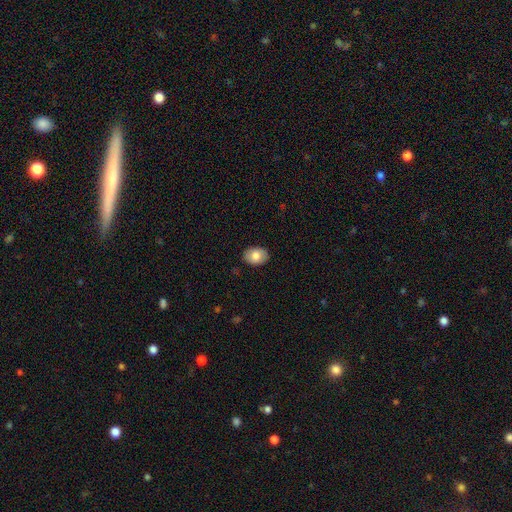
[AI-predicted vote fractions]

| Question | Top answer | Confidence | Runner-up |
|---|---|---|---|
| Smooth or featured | smooth | 81% | featured or disk (12%) |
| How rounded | in between | 78% | round (21%) |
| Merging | none | 89% | minor disturbance (9%) |